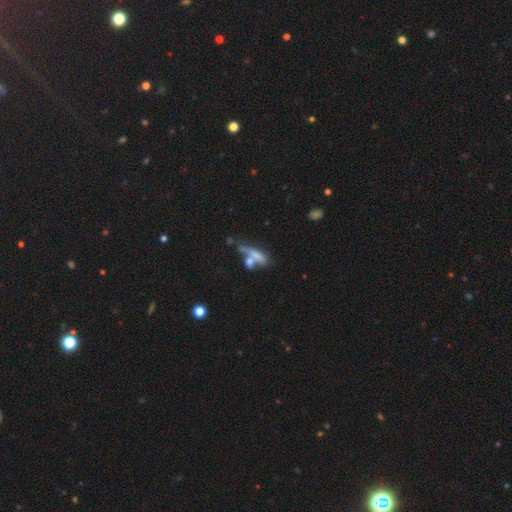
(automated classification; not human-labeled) The model was most divided on "merging": merger: 45%, none: 32%, minor disturbance: 13%, major disturbance: 11%. More confident: smooth or featured — smooth (59%); how rounded — cigar-shaped (58%).